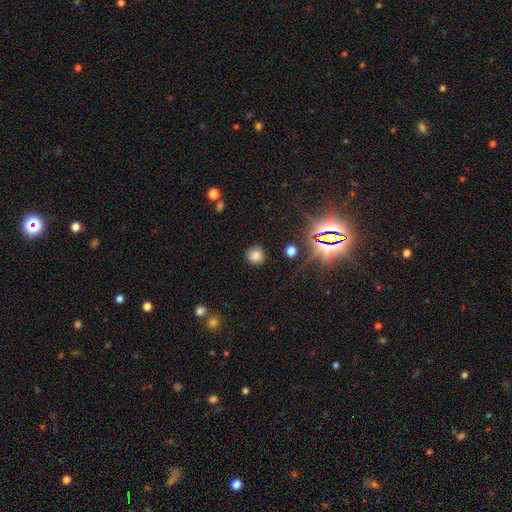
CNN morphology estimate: Smooth or featured: smooth — 74% (star or artifact — 19%)
How rounded: round — 87% (in between — 12%)
Merging: none — 83% (minor disturbance — 11%)